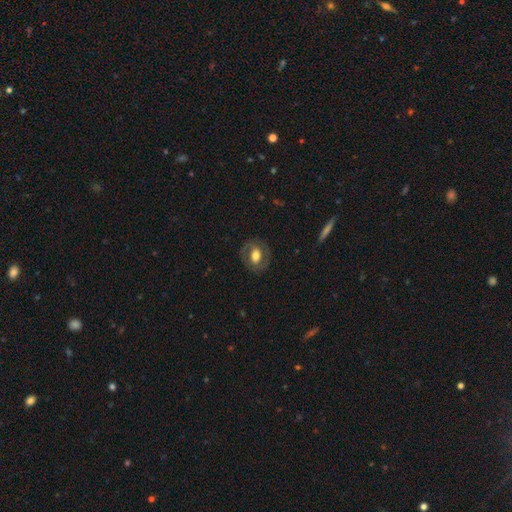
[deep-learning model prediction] This is possibly a featured or disk galaxy (50%). Merging: likely none (80%).